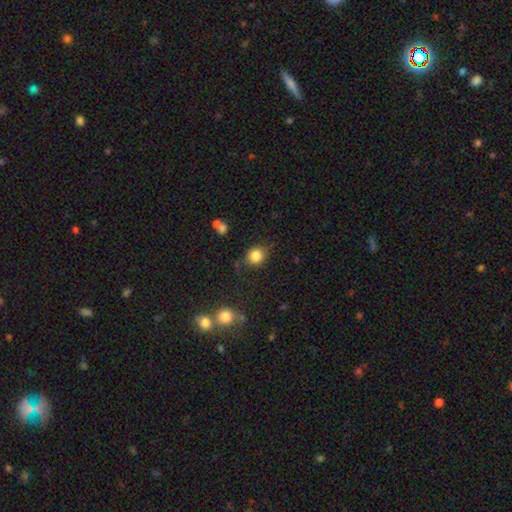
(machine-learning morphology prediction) Smooth or featured?
  - smooth: 83% *
  - star or artifact: 10%
  - featured or disk: 7%
How rounded?
  - round: 79% *
  - in between: 20%
  - cigar-shaped: 1%
Merging?
  - none: 75% *
  - minor disturbance: 16%
  - major disturbance: 5%
  - merger: 4%